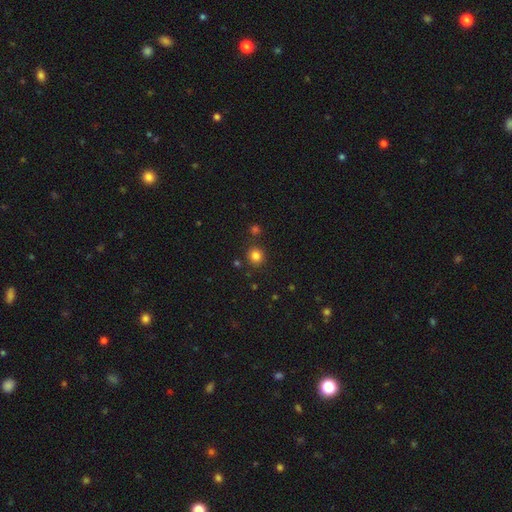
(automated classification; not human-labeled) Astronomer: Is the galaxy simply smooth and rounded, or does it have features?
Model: smooth — 82%.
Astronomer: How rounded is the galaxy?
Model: round — 90%.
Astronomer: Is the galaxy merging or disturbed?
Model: none — 85%.